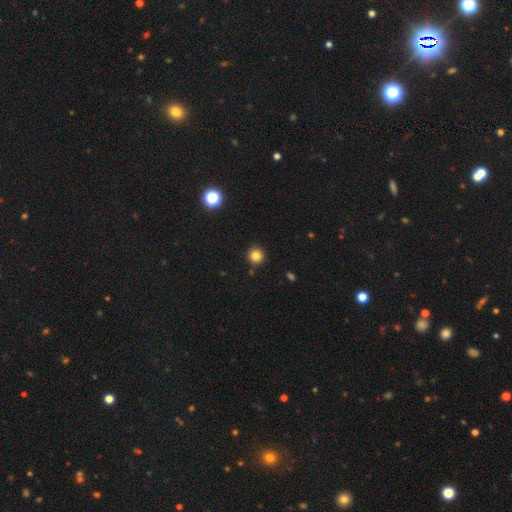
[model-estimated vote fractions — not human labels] Morphology: type=smooth (81%); roundness=round (95%); merging=none (91%).